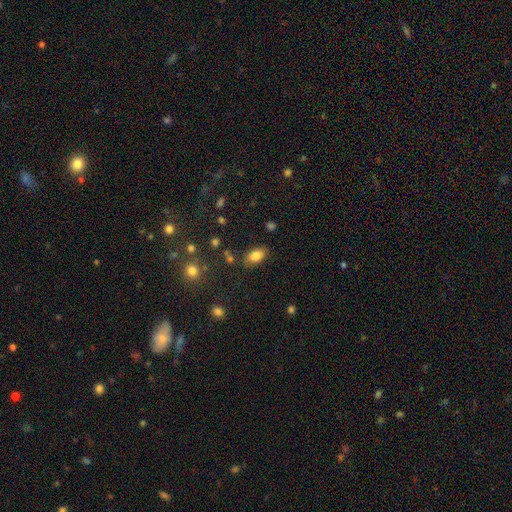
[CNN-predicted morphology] Smooth or featured: smooth — 82% (featured or disk — 9%)
How rounded: in between — 91% (round — 6%)
Merging: none — 82% (minor disturbance — 12%)